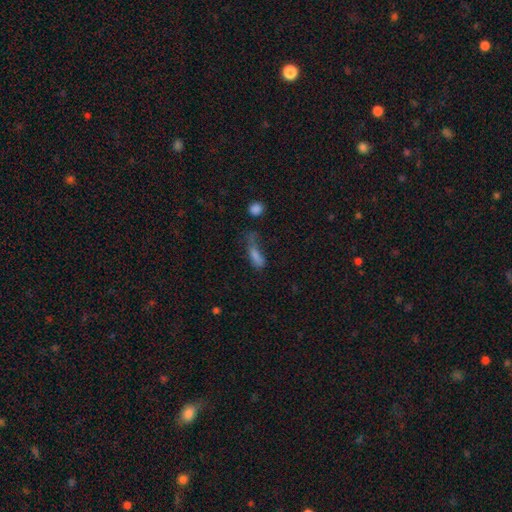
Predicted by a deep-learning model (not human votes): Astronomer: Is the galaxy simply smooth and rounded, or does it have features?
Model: smooth — 68%.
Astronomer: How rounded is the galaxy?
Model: in between — 51% (runner-up: cigar-shaped, 44%).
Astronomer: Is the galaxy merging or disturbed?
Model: major disturbance — 34% (runner-up: none, 31%).